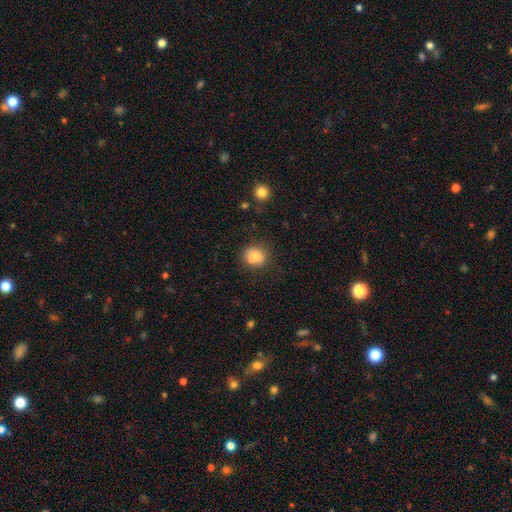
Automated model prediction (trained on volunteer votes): smooth 77%, featured or disk 12%, star or artifact 11%. Down the decision tree: how rounded — round (69%); merging — none (58%).